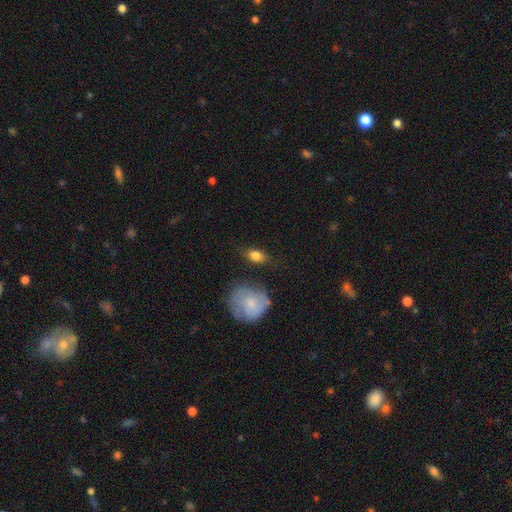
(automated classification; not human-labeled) The model was most divided on "merging": none: 74%, minor disturbance: 17%, major disturbance: 5%, merger: 4%. More confident: how rounded — in between (82%); smooth or featured — smooth (81%).